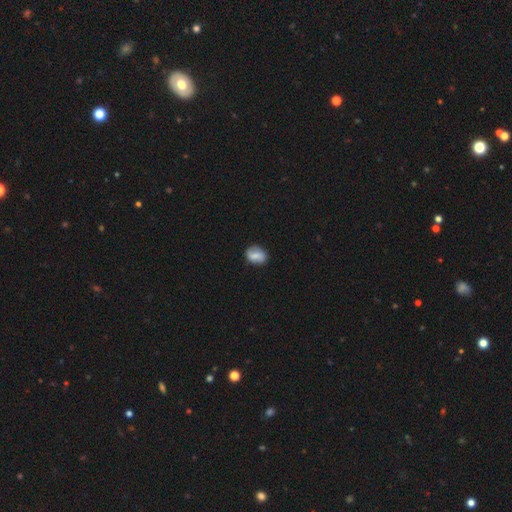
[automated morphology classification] Q: Smooth or featured?
A: smooth (65%); runner-up: featured or disk (27%)
Q: How rounded?
A: in between (57%); runner-up: round (41%)
Q: Merging?
A: none (80%); runner-up: minor disturbance (15%)